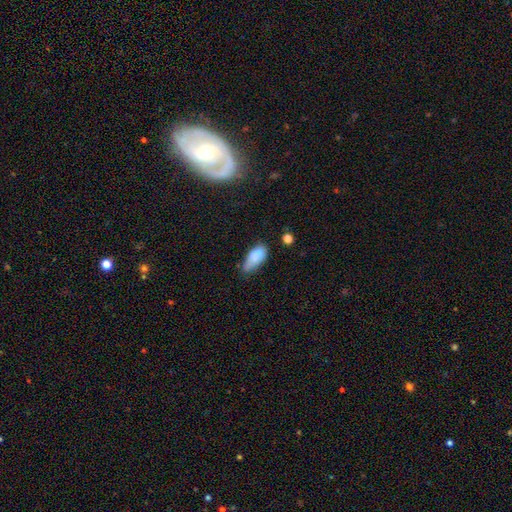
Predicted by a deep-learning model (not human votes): A smooth galaxy with no disk features (78%) that is in between round and cigar-shaped (85%).

Vote fractions:
- Smooth or featured? smooth: 78% / featured or disk: 14% / star or artifact: 8%
- How rounded? in between: 85% / cigar-shaped: 12% / round: 3%
- Merging? minor disturbance: 40% (tied) / none: 40% (tied) / major disturbance: 13% / merger: 7%